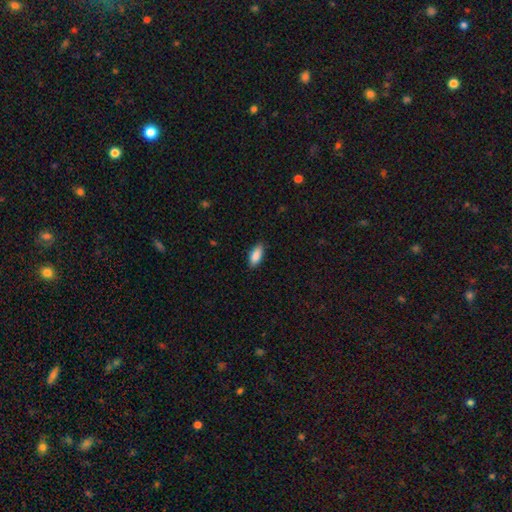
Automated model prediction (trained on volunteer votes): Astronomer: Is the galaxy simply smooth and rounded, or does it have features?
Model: smooth — 88%.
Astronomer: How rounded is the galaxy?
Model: in between — 84%.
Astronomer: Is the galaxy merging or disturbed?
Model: none — 87%.